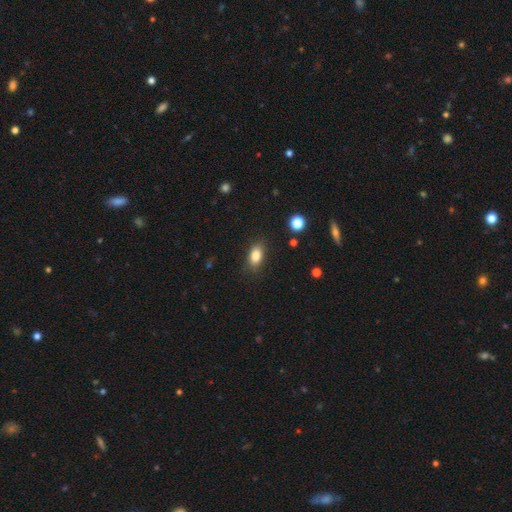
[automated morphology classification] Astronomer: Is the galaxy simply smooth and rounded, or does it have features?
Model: smooth — 84%.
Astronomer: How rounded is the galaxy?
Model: in between — 87%.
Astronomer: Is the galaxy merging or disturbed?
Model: none — 82%.